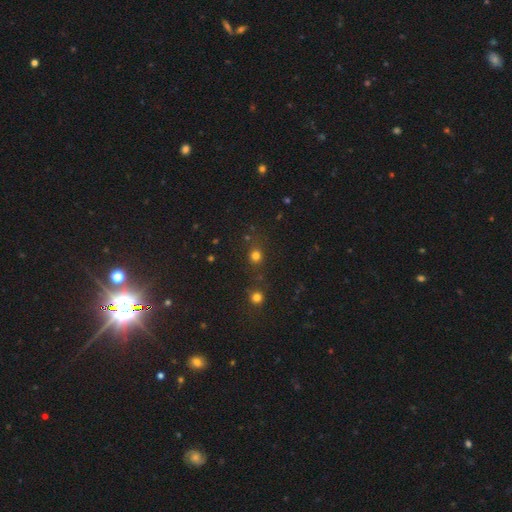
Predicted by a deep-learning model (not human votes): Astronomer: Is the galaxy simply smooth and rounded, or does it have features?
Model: smooth — 73%.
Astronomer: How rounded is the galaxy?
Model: round — 83%.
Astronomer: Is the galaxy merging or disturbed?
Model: none — 75%.